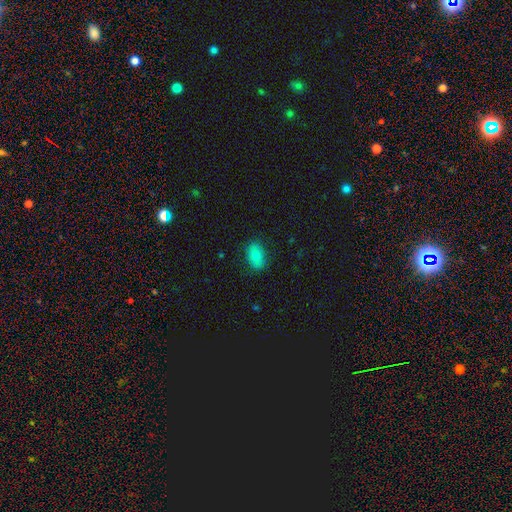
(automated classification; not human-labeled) Q: Smooth or featured?
A: smooth (79%); runner-up: featured or disk (13%)
Q: How rounded?
A: in between (87%); runner-up: round (12%)
Q: Merging?
A: none (85%); runner-up: minor disturbance (12%)